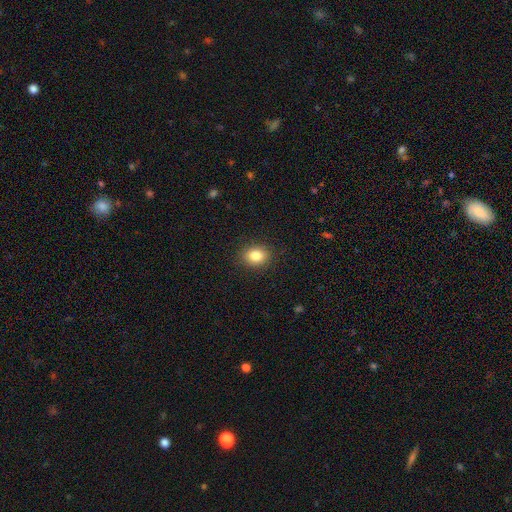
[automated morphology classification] smooth-or-featured: smooth: 84% | star or artifact: 10% | featured or disk: 6%
  how-rounded: round: 54% | in between: 45% | cigar-shaped: 1%
  merging: none: 89% | minor disturbance: 8% | major disturbance: 2% | merger: 1%